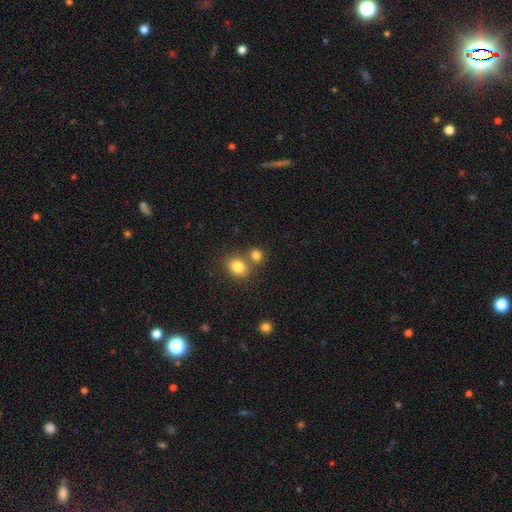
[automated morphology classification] This appears to be a smooth galaxy with no disk features (81%) that is round (69%). Merging: none (55%).